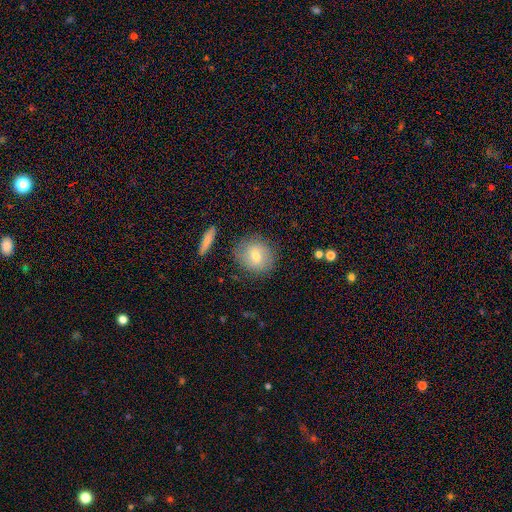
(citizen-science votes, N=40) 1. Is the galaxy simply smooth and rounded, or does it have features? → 90% smooth, 8% featured or disk, 2% star or artifact.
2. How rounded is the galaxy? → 81% round, 19% in between, 0% cigar-shaped.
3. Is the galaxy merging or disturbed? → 90% none, 5% major disturbance, 3% minor disturbance, 3% merger.